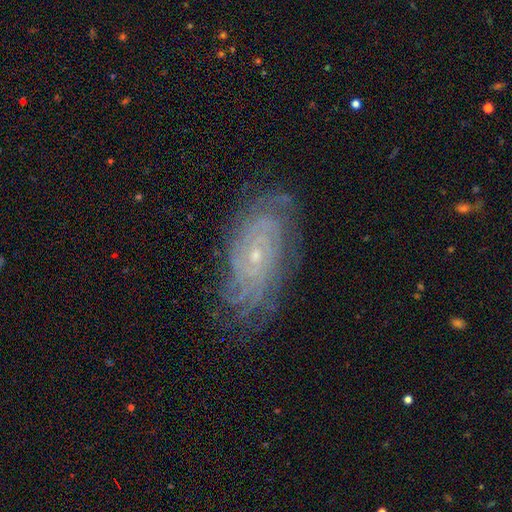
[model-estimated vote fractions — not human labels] A featured or disk galaxy (80%) with no bar (76%), tight (77%) spiral arms (95%) and a small central bulge (84%).

Vote fractions:
- Smooth or featured? featured or disk: 80% / smooth: 11% / star or artifact: 9%
- Edge-on disk? no: 93% / yes: 7%
- Bar? no: 76% / weak: 19% / strong: 5%
- Spiral arms? yes: 95% / no: 5%
- Spiral winding? tight: 77% / medium: 18% / loose: 5%
- Spiral arm count? can't tell: 44% / more than 4: 15% / 4: 14% / 2: 11% / 3: 10% / 1: 7%
- Bulge size? small: 84% / moderate: 12% / none: 2% / large: 1% / dominant: 1%
- Merging? none: 79% / minor disturbance: 15% / major disturbance: 5% / merger: 1%